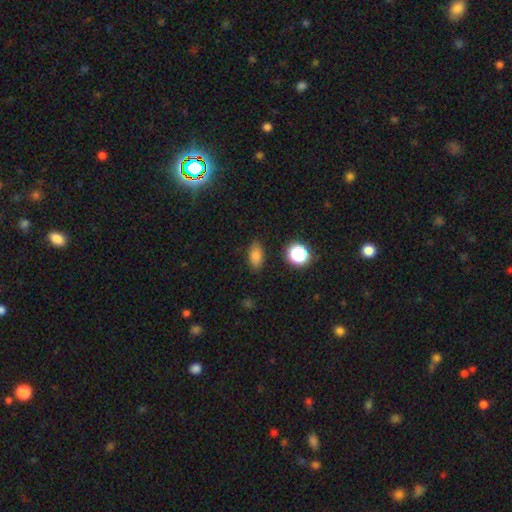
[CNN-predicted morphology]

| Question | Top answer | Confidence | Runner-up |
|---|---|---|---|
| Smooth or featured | smooth | 80% | star or artifact (13%) |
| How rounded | in between | 85% | round (11%) |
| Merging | none | 85% | minor disturbance (11%) |